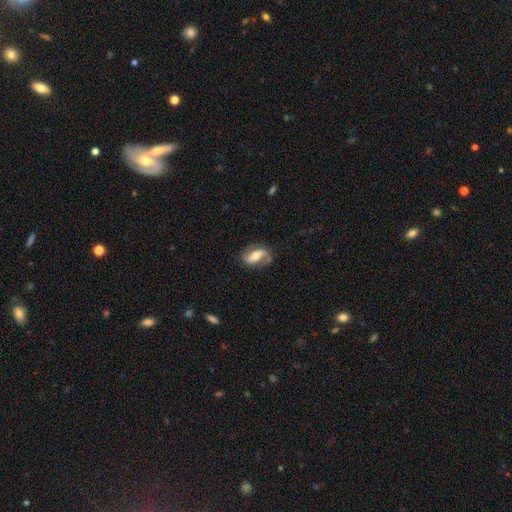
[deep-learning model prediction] featured or disk 77%, smooth 17%, star or artifact 6%. Down the decision tree: edge-on disk — no (93%); bar — strong (44%); spiral arms — yes (90%); spiral arm count — 2 (84%); spiral winding — loose (50%); bulge size — moderate (65%); merging — none (74%).